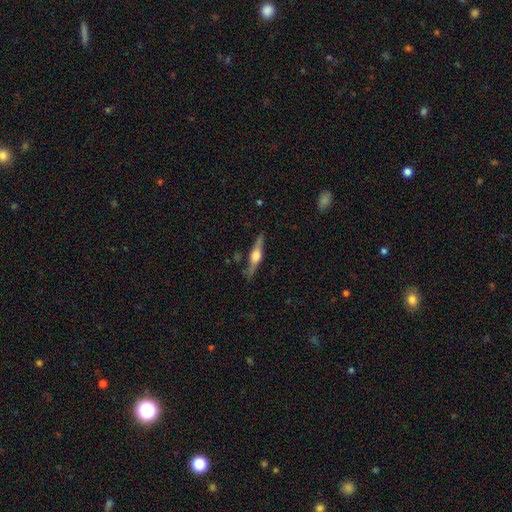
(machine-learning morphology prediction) This is likely a featured or disk galaxy (74%). It is clearly viewed edge-on (97%). Edge-on bulge: clearly rounded (91%). Merging: clearly none (86%).